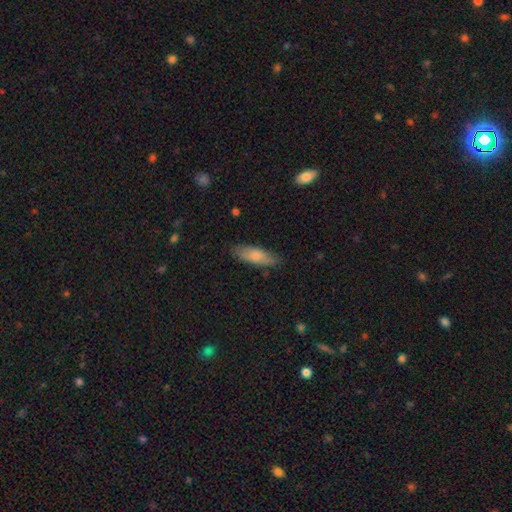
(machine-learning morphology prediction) A smooth galaxy with no disk features (76%) that is in between round and cigar-shaped (61%). Merging: none (83%).